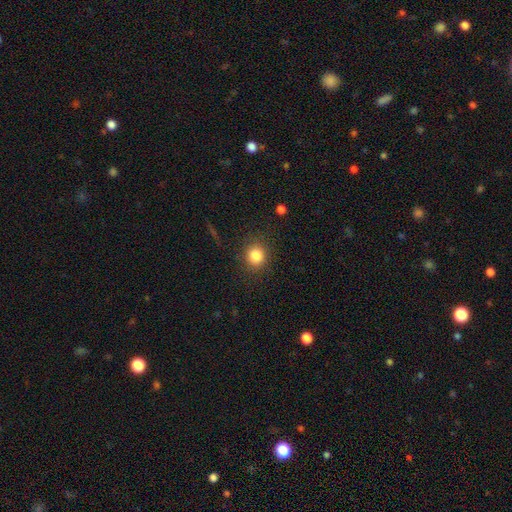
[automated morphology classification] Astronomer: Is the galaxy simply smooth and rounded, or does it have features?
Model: smooth — 84%.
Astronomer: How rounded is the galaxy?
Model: round — 85%.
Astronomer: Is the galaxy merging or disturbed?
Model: none — 87%.